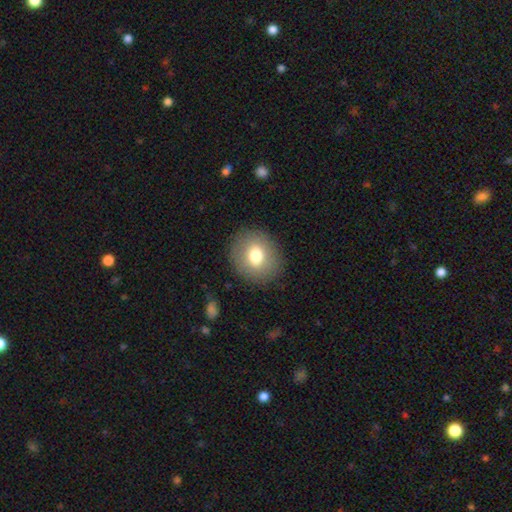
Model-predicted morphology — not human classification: Q: Smooth or featured?
A: smooth (74%); runner-up: featured or disk (17%)
Q: How rounded?
A: round (71%); runner-up: in between (28%)
Q: Merging?
A: none (88%); runner-up: minor disturbance (8%)